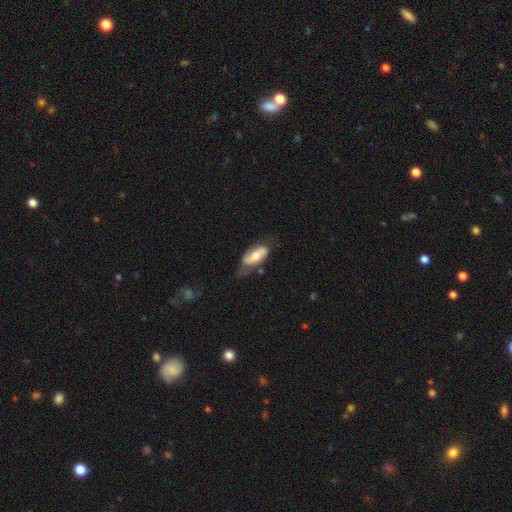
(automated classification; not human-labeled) smooth-or-featured: featured or disk: 58% | smooth: 36% | star or artifact: 6%
  disk-edge-on: no: 90% | yes: 10%
    bar: no: 50% | weak: 33% | strong: 17%
    has-spiral-arms: yes: 83% | no: 17%
    bulge-size: moderate: 60% | small: 25% | large: 10% | none: 3% | dominant: 1%
  merging: none: 51% | minor disturbance: 32% | major disturbance: 14% | merger: 3%